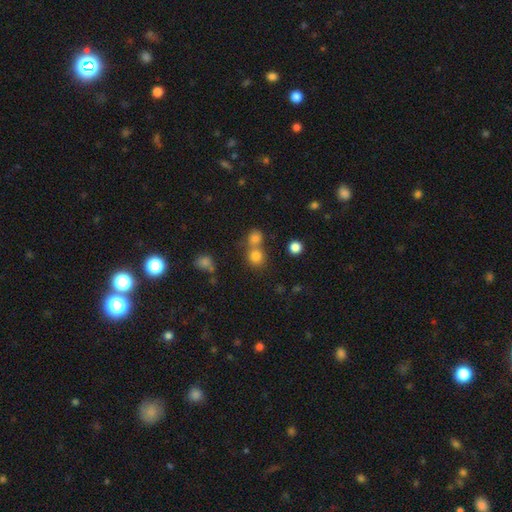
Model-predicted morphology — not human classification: A smooth galaxy with no disk features (79%) that is round (85%).

Vote fractions:
- Smooth or featured? smooth: 79% / star or artifact: 14% / featured or disk: 7%
- How rounded? round: 85% / in between: 14% / cigar-shaped: 1%
- Merging? none: 50% / merger: 40% / minor disturbance: 7% / major disturbance: 3%